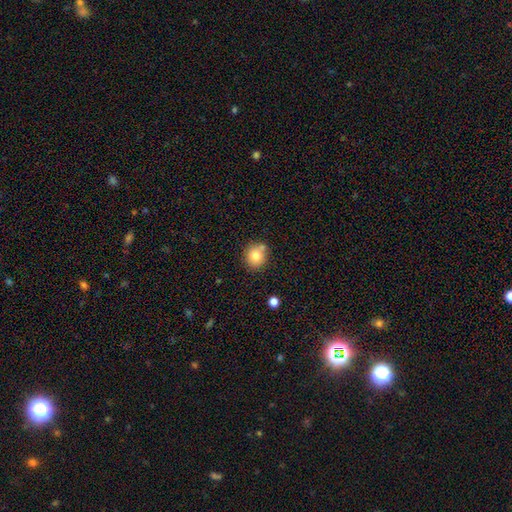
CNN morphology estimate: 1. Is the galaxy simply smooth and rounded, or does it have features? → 79% smooth, 11% featured or disk, 10% star or artifact.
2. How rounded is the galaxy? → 83% round, 16% in between, 1% cigar-shaped.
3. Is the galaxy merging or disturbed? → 71% none, 13% merger, 13% minor disturbance, 3% major disturbance.